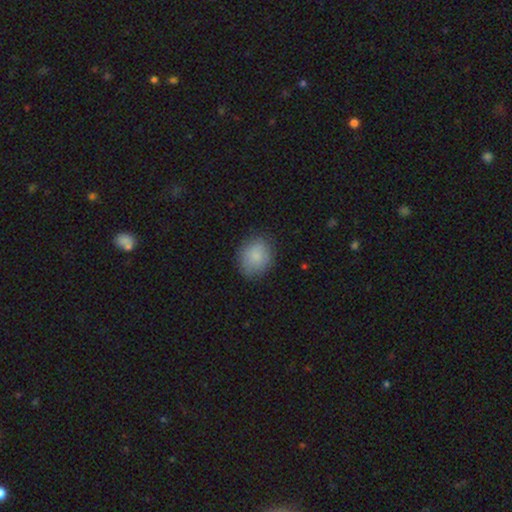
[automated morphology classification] Smooth or featured? Predicted: smooth (p=0.84). How rounded? Predicted: round (p=0.61). Merging? Predicted: none (p=0.79).